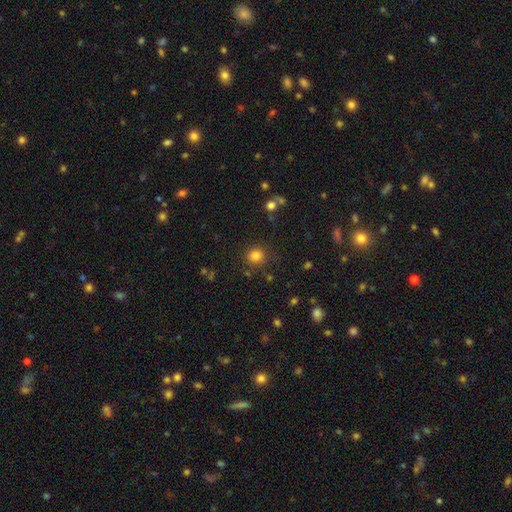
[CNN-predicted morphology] Q: Smooth or featured?
A: smooth (81%); runner-up: star or artifact (13%)
Q: How rounded?
A: round (88%); runner-up: in between (11%)
Q: Merging?
A: none (83%); runner-up: minor disturbance (10%)